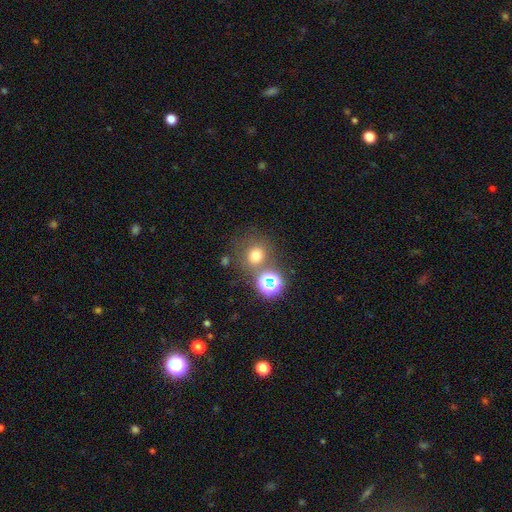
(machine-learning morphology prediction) Smooth or featured?
  - smooth: 69% *
  - star or artifact: 22%
  - featured or disk: 9%
How rounded?
  - round: 89% *
  - in between: 10%
  - cigar-shaped: 1%
Merging?
  - none: 71% *
  - merger: 14%
  - minor disturbance: 10%
  - major disturbance: 5%